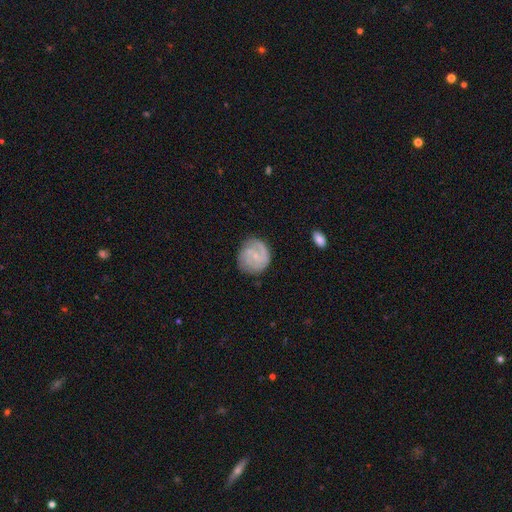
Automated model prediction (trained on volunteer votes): Q: Smooth or featured?
A: featured or disk (75%); runner-up: smooth (19%)
Q: Edge-on disk?
A: no (98%); runner-up: yes (2%)
Q: Bar?
A: no (61%); runner-up: weak (34%)
Q: Spiral arms?
A: yes (92%); runner-up: no (8%)
Q: Spiral winding?
A: tight (52%); runner-up: medium (37%)
Q: Spiral arm count?
A: 2 (38%); runner-up: 3 (25%)
Q: Bulge size?
A: small (73%); runner-up: moderate (17%)
Q: Merging?
A: none (72%); runner-up: minor disturbance (19%)